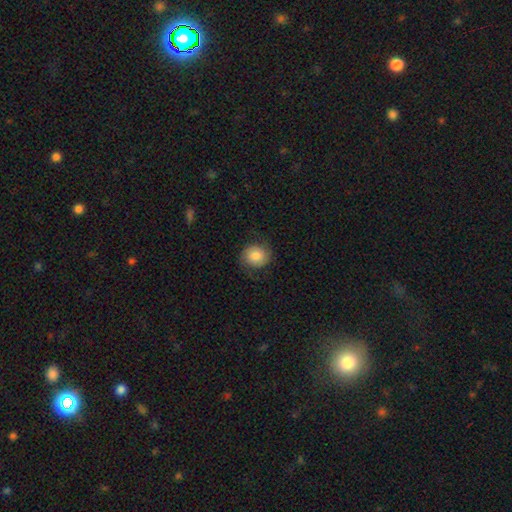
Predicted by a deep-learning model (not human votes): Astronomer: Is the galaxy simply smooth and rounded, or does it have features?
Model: smooth — 66%.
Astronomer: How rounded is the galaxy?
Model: round — 80%.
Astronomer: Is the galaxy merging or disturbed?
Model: none — 77%.